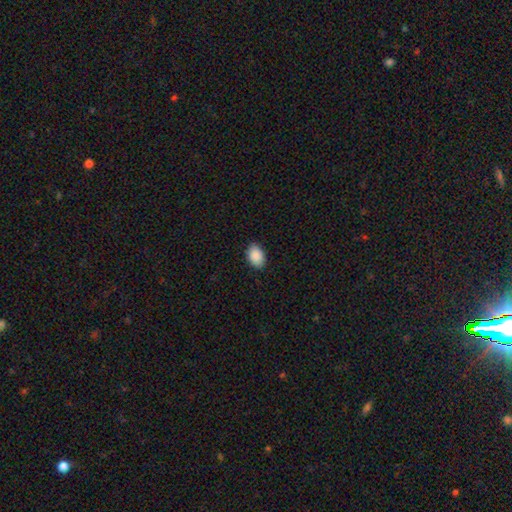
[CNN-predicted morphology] The model was most divided on "how rounded": in between: 86%, round: 13%, cigar-shaped: 1%. More confident: smooth or featured — smooth (90%); merging — none (87%).